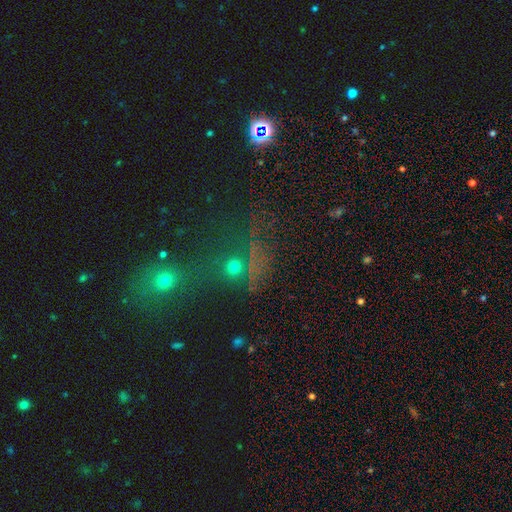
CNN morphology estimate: Smooth or featured?
  - star or artifact: 53% *
  - smooth: 32%
  - featured or disk: 16%